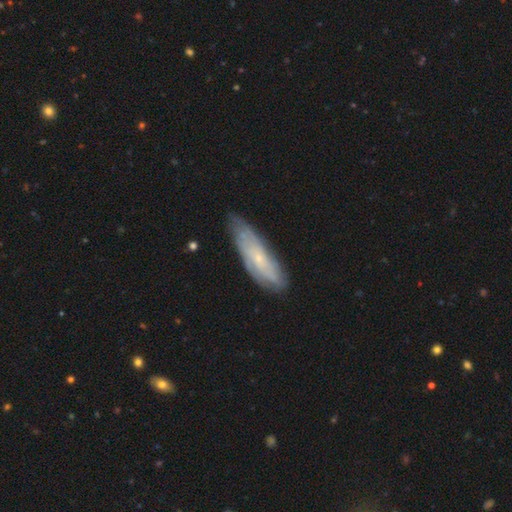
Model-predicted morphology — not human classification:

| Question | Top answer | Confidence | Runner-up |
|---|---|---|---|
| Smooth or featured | featured or disk | 47% | smooth (43%) |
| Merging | none | 78% | minor disturbance (18%) |